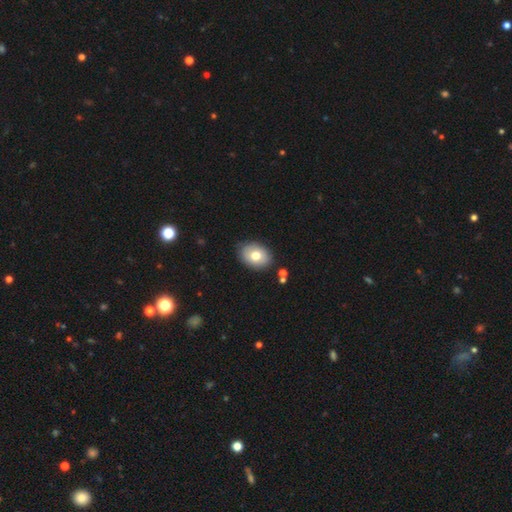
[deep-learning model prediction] This is likely a smooth galaxy (73%). How rounded: likely in between (72%). Merging: clearly none (85%).